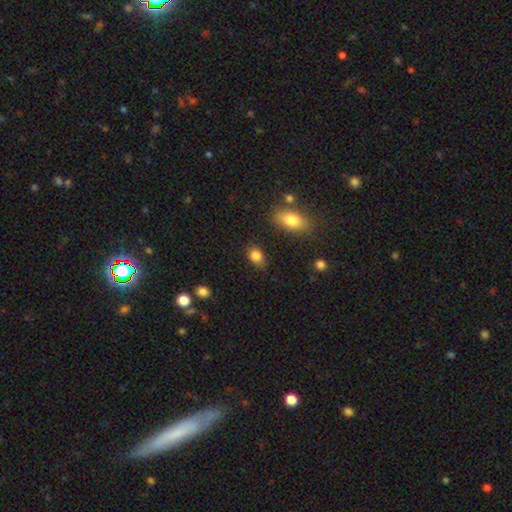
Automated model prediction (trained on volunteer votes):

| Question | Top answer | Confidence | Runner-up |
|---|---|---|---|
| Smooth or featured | smooth | 85% | star or artifact (9%) |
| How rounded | in between | 75% | round (23%) |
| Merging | none | 76% | minor disturbance (17%) |